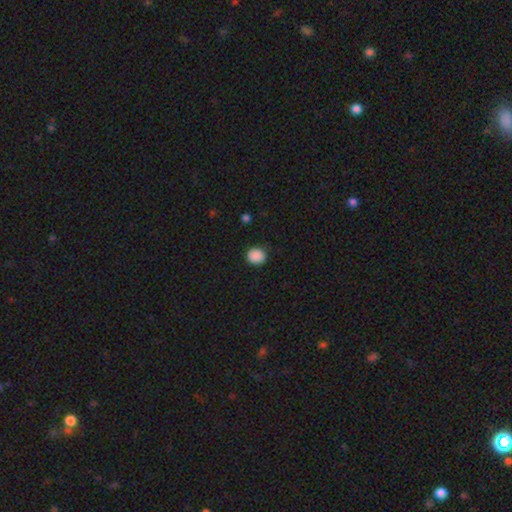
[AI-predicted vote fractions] smooth-or-featured: smooth: 89% | star or artifact: 9% | featured or disk: 2%
  how-rounded: round: 78% | in between: 21% | cigar-shaped: 1%
  merging: none: 88% | minor disturbance: 9% | major disturbance: 2% | merger: 1%